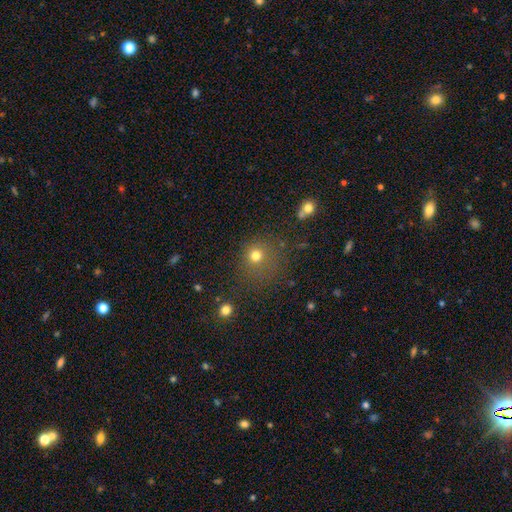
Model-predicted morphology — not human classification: smooth 74%, star or artifact 19%, featured or disk 8%. Down the decision tree: how rounded — round (87%); merging — none (74%).